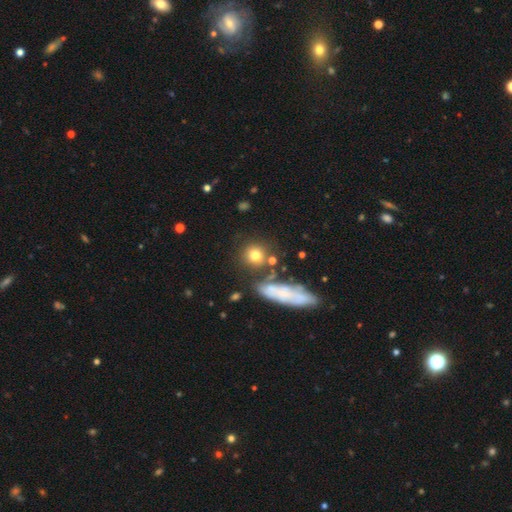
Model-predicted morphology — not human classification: smooth_or_featured: smooth (p=0.76) [alt: featured or disk p=0.12]
how_rounded: round (p=0.81) [alt: in between p=0.14]
merging: none (p=0.73) [alt: minor disturbance p=0.11]